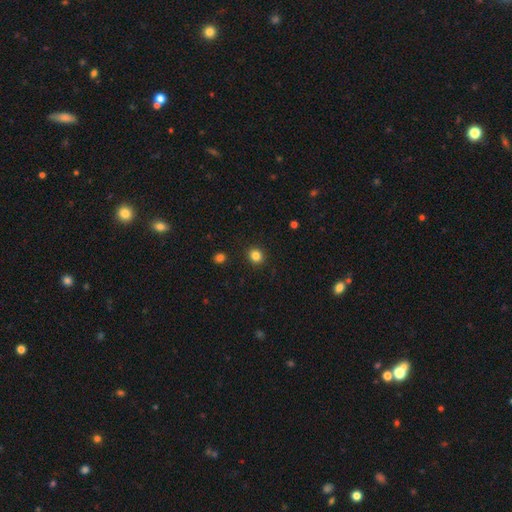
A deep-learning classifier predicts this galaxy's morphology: This is clearly a smooth galaxy (83%). How rounded: clearly round (84%). Merging: clearly none (92%).